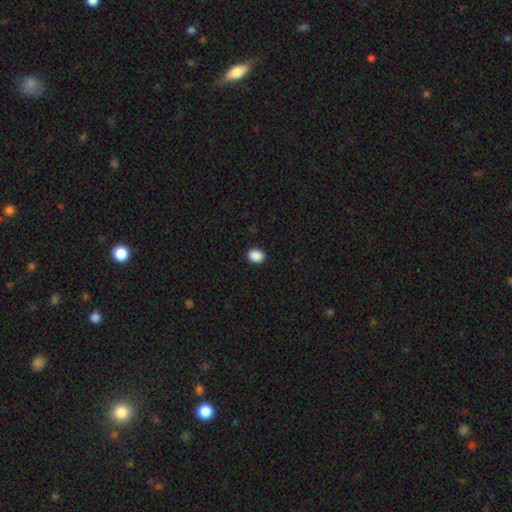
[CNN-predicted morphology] A smooth galaxy with no disk features (90%) that is in between round and cigar-shaped (60%).

Vote fractions:
- Smooth or featured? smooth: 90% / star or artifact: 8% / featured or disk: 2%
- How rounded? in between: 60% / round: 39% / cigar-shaped: 1%
- Merging? none: 91% / minor disturbance: 7% / major disturbance: 2% / merger: 1%